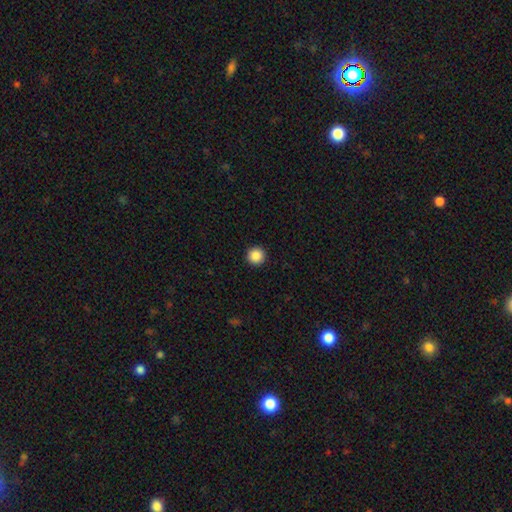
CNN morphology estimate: smooth 87%, star or artifact 10%, featured or disk 3%. Down the decision tree: how rounded — round (97%); merging — none (94%).